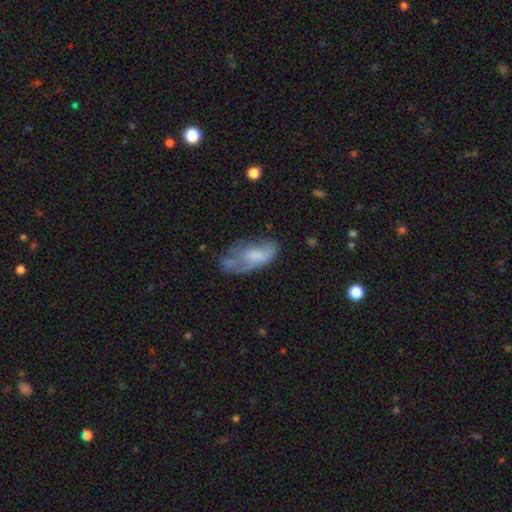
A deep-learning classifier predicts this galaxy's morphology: smooth 57%, featured or disk 35%, star or artifact 8%. Down the decision tree: how rounded — in between (89%); merging — none (34%).